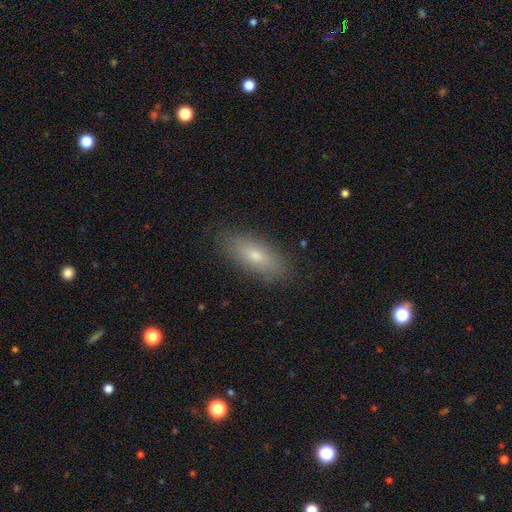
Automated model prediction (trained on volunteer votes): smooth_or_featured: smooth (p=0.72) [alt: featured or disk p=0.20]
how_rounded: in between (p=0.73) [alt: cigar-shaped p=0.24]
merging: none (p=0.86) [alt: minor disturbance p=0.10]